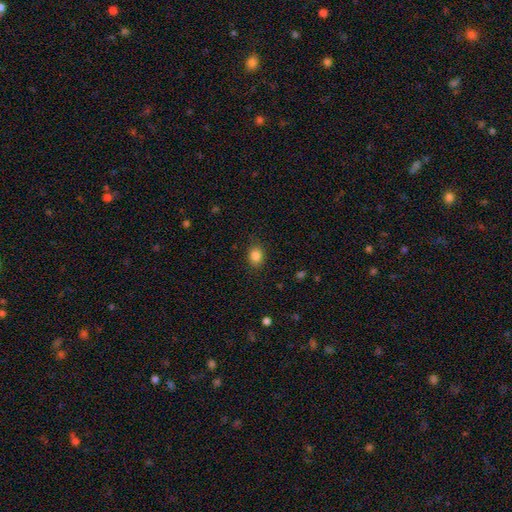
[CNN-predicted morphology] This is clearly a smooth galaxy (85%). How rounded: possibly round (56%). Merging: clearly none (87%).